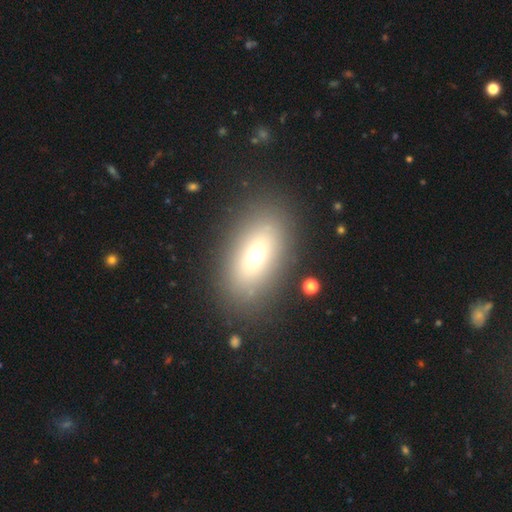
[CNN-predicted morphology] type=smooth (64%); roundness=in between (82%); merging=none (84%).